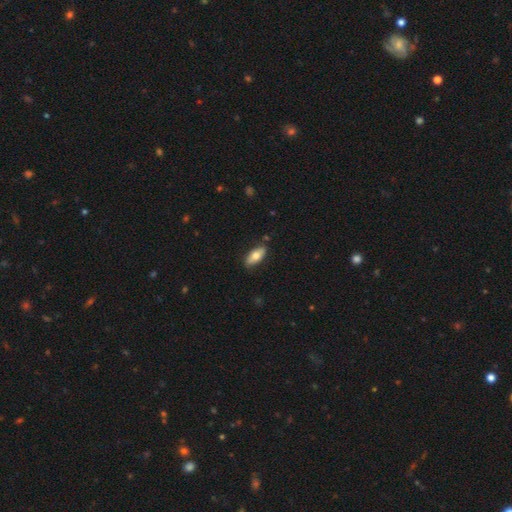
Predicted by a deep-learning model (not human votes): Q: Smooth or featured?
A: smooth (69%); runner-up: featured or disk (25%)
Q: How rounded?
A: in between (84%); runner-up: cigar-shaped (14%)
Q: Merging?
A: none (83%); runner-up: minor disturbance (13%)